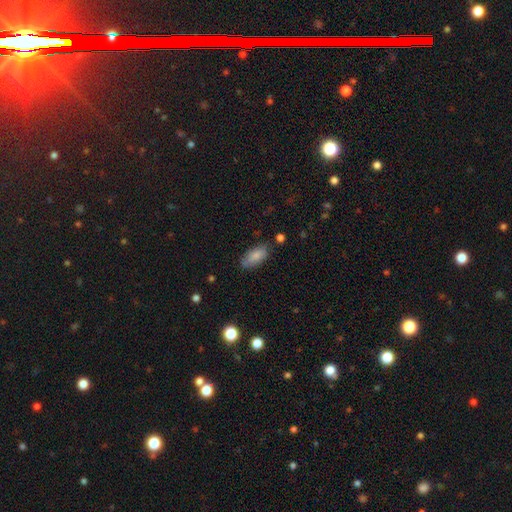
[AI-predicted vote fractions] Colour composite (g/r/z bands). It shows a smooth galaxy with no disk features (82%) that is in between round and cigar-shaped (87%). Merging: none (71%).